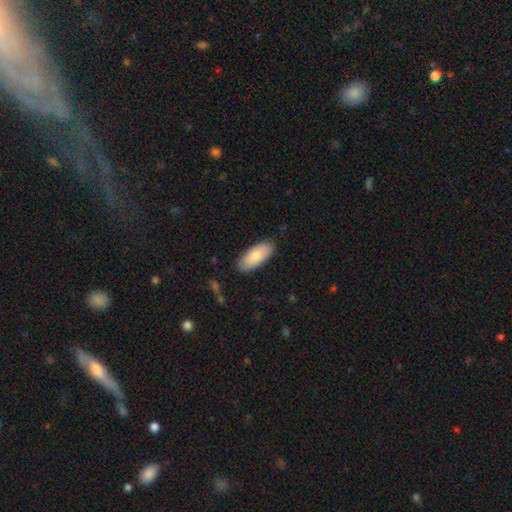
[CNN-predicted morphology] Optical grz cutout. It shows a smooth galaxy with no disk features (81%) that is in between round and cigar-shaped (88%). Merging: none (87%).